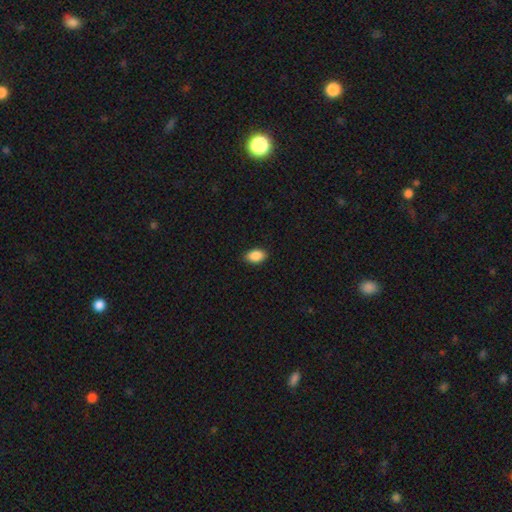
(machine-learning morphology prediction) Smooth or featured? Predicted: smooth (p=0.89). How rounded? Predicted: in between (p=0.90). Merging? Predicted: none (p=0.88).